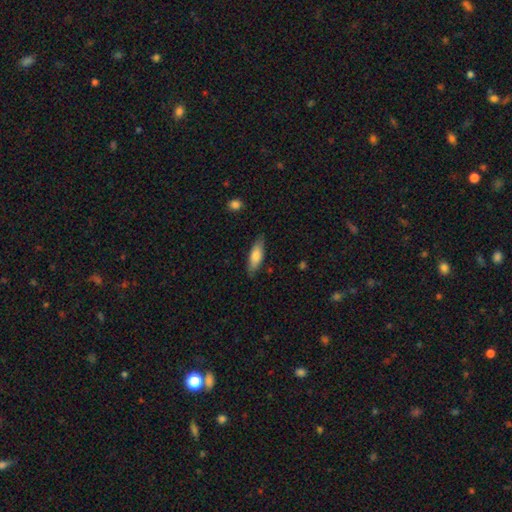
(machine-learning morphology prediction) This appears to be a smooth galaxy with no disk features (74%) that is in between round and cigar-shaped (52%). Merging: none (82%).